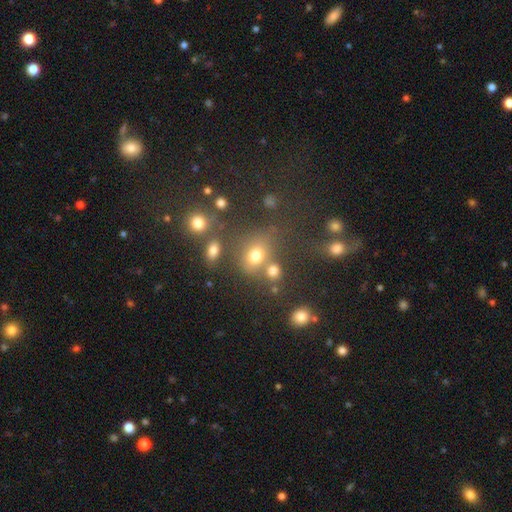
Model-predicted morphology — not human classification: The model was most divided on "how rounded": round: 51%, in between: 47%, cigar-shaped: 2%. More confident: smooth or featured — smooth (71%); merging — none (54%).